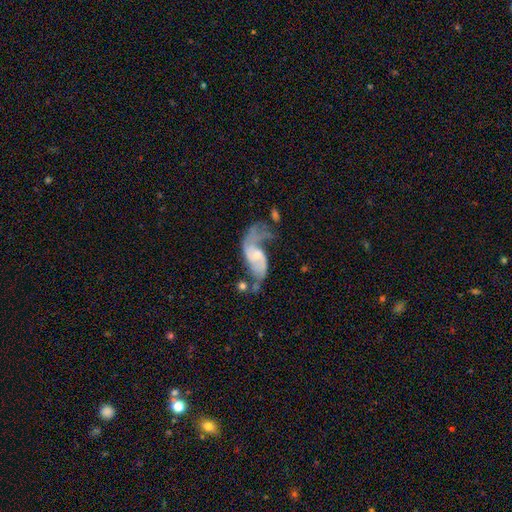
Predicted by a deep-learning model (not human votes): Morphology: type=featured or disk (74%); edge-on=no (95%); bar=no (56%); spiral arms=yes (83%); winding=loose (68%); arm count=2 (74%); bulge=small (44%); merging=major disturbance (41%).